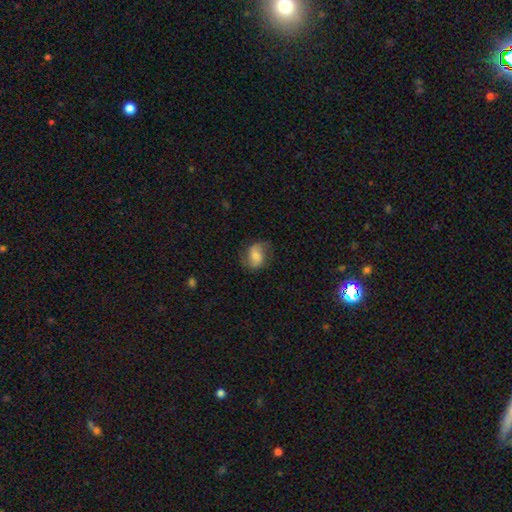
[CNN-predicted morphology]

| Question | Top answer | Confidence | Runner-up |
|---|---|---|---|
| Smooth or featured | smooth | 51% | featured or disk (40%) |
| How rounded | in between | 64% | round (34%) |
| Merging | none | 68% | minor disturbance (21%) |